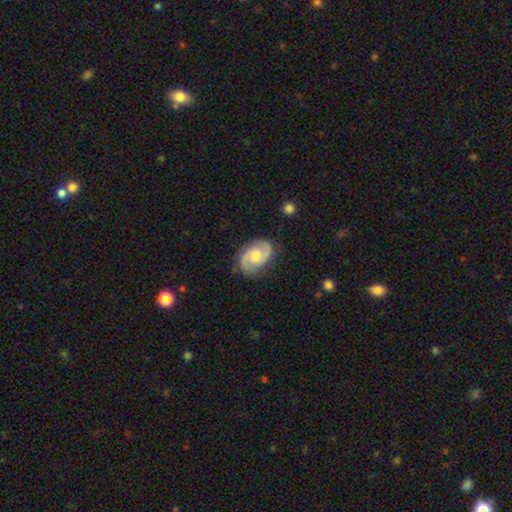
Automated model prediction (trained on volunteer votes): This appears to be a featured or disk galaxy (85%) with no bar (57%), 2 (92%) medium (52%) spiral arms (96%) and a moderate central bulge (67%). Merging: none (82%).